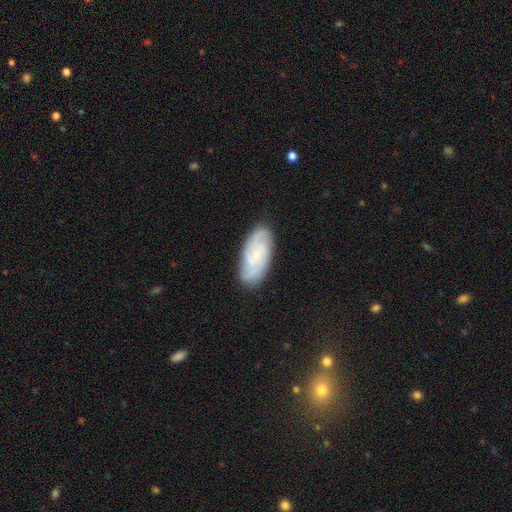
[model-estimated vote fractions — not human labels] The model was most divided on "spiral arm count": 2: 30%, can't tell: 29%, 3: 25%, 4: 9%, more than 4: 4%, 1: 4%. More confident: edge-on disk — no (94%); spiral arms — yes (94%); merging — none (82%); bulge size — small (70%); smooth or featured — featured or disk (68%); bar — no (62%); spiral winding — tight (55%).